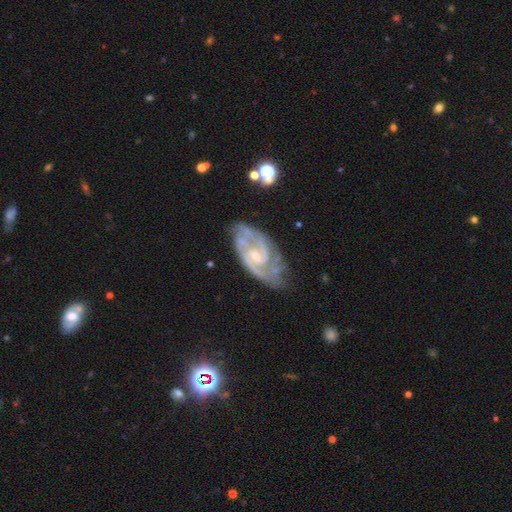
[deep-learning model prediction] A featured or disk galaxy (90%) with a weak bar (51%), 2 (73%) medium (48%) spiral arms (97%) and a small central bulge (62%). Merging: none (70%).